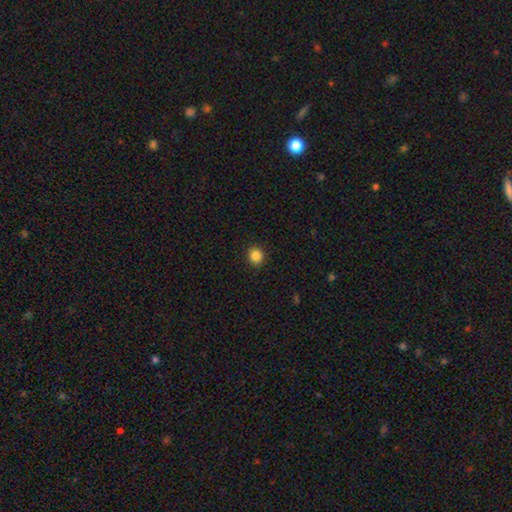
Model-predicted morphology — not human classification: type=smooth (85%); roundness=round (89%); merging=none (91%).